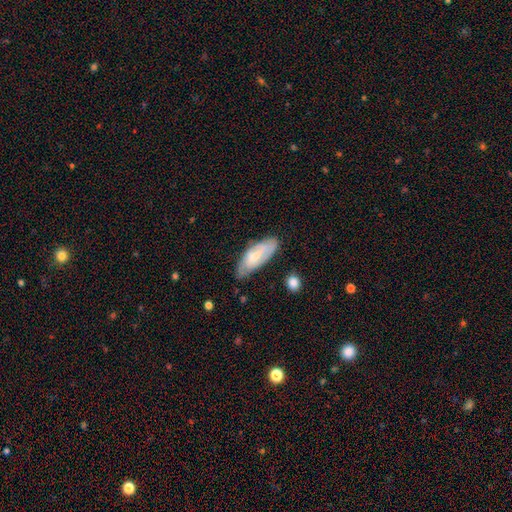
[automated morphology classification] A smooth galaxy with no disk features (53%) that is in between round and cigar-shaped (75%).

Vote fractions:
- Smooth or featured? smooth: 53% / featured or disk: 41% / star or artifact: 7%
- How rounded? in between: 75% / cigar-shaped: 23% / round: 2%
- Merging? none: 59% / minor disturbance: 30% / major disturbance: 8% / merger: 3%